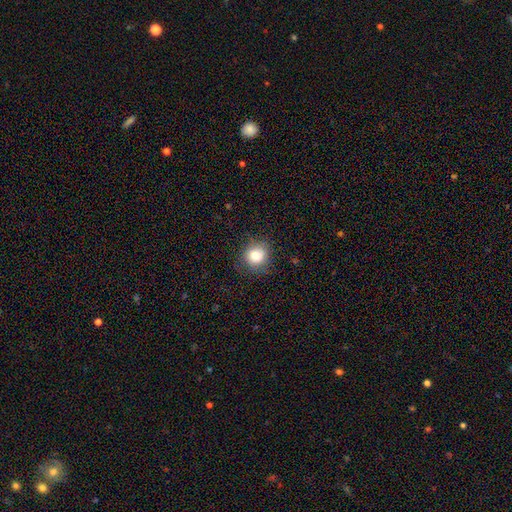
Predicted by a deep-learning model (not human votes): This is clearly a smooth galaxy (82%). How rounded: clearly round (83%). Merging: likely none (74%).